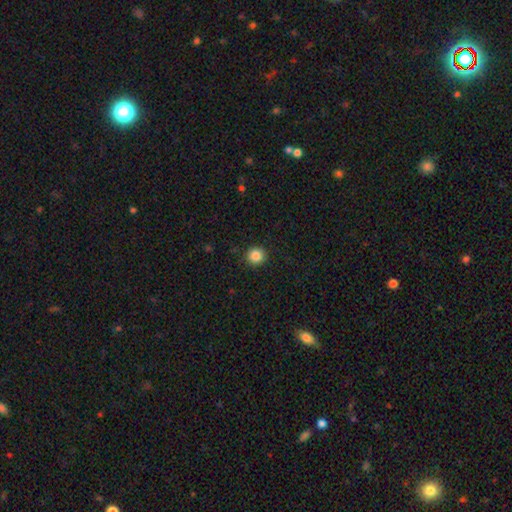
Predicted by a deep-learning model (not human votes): Overall: smooth (86%). How rounded: round (93%). Merging: none (91%).